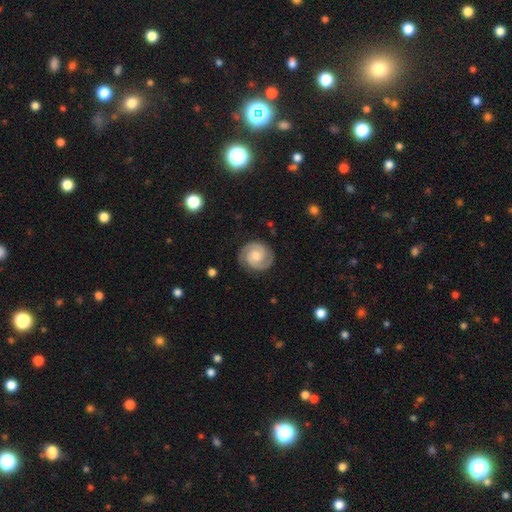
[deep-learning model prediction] Overall: featured or disk (85%). Edge-on disk: no (98%). Bar: no (55%; weak 37%). Spiral arms: yes (98%). Spiral arm count: 2 (92%). Spiral winding: tight (58%; medium 36%). Bulge size: moderate (59%; small 29%). Merging: none (85%).